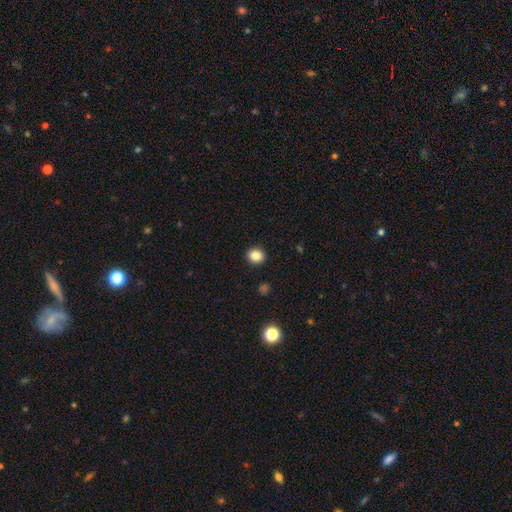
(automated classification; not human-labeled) This is clearly a smooth galaxy (85%). How rounded: clearly round (82%). Merging: clearly none (92%).